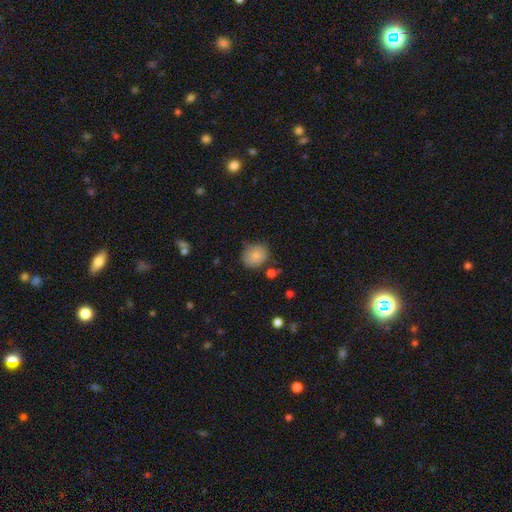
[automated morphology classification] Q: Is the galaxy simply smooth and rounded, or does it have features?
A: smooth — 83%.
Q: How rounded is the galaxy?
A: round — 71%.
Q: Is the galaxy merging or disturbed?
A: none — 72%.